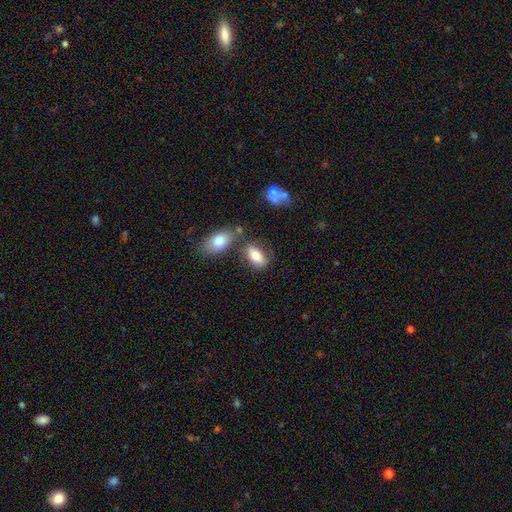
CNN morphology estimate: Smooth or featured? smooth (79%)
How rounded? in between (90%)
Merging? none (65%)